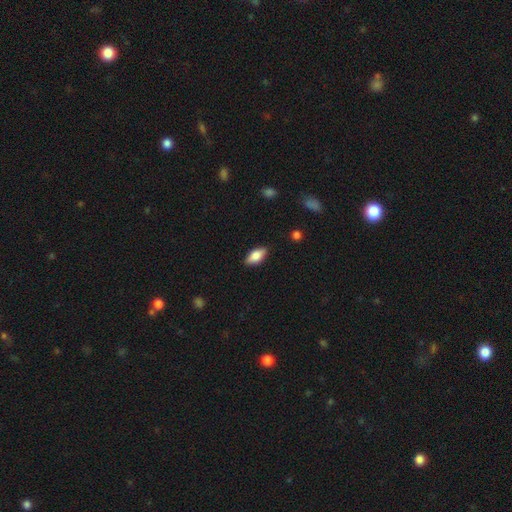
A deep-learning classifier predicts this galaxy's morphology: The model was most divided on "smooth or featured": smooth: 74%, featured or disk: 19%, star or artifact: 7%. More confident: how rounded — in between (87%); merging — none (86%).